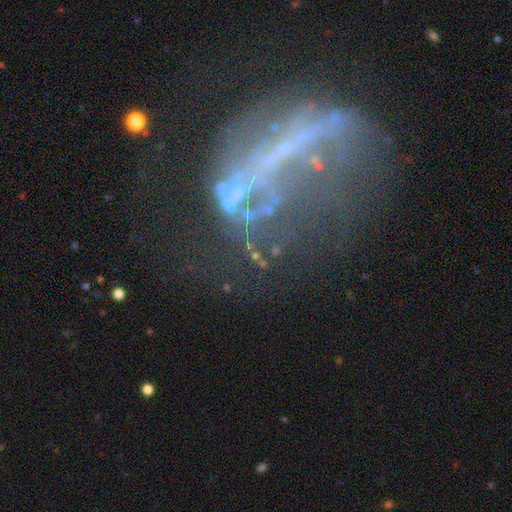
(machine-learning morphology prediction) Smooth or featured? Predicted: featured or disk (p=0.47). Merging? Predicted: none (p=0.38).